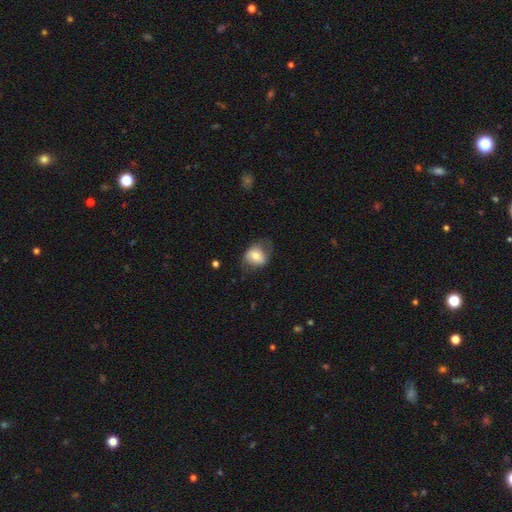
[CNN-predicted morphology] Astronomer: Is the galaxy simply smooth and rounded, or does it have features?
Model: smooth — 62%.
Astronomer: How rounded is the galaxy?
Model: in between — 52% (runner-up: round, 46%).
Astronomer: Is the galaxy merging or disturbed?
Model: none — 53%.